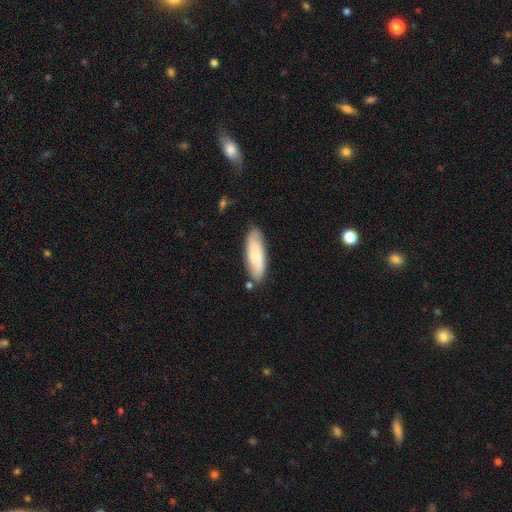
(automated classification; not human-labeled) smooth-or-featured: smooth: 67% | featured or disk: 27% | star or artifact: 6%
  how-rounded: in between: 53% | cigar-shaped: 46% | round: 2%
  merging: none: 81% | minor disturbance: 13% | merger: 3% | major disturbance: 3%